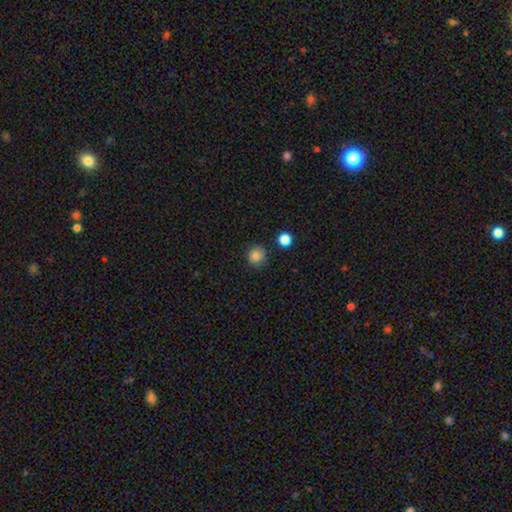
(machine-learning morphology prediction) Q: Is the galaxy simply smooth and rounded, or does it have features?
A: smooth — 85%.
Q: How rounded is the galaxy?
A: round — 93%.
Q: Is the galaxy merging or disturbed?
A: none — 89%.